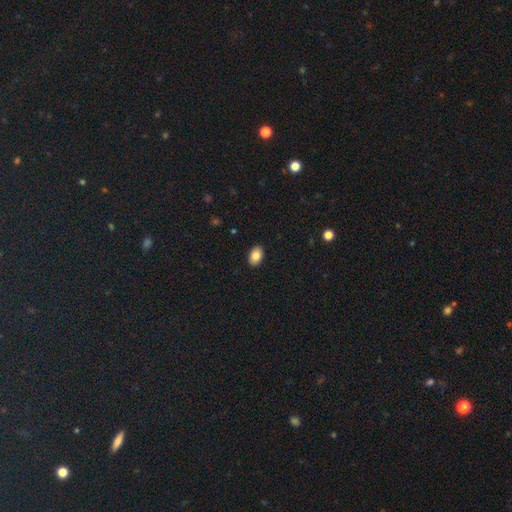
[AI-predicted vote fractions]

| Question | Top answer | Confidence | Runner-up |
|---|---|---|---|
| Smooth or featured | smooth | 85% | star or artifact (8%) |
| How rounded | in between | 89% | round (10%) |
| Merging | none | 90% | minor disturbance (7%) |